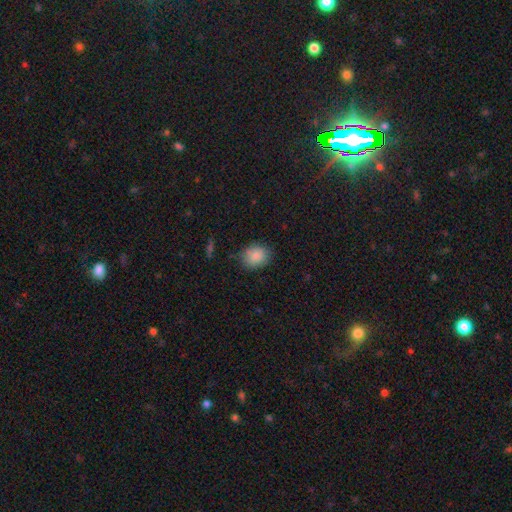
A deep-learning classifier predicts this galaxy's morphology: Q: Smooth or featured?
A: smooth (87%); runner-up: star or artifact (8%)
Q: How rounded?
A: round (55%); runner-up: in between (44%)
Q: Merging?
A: none (80%); runner-up: minor disturbance (15%)